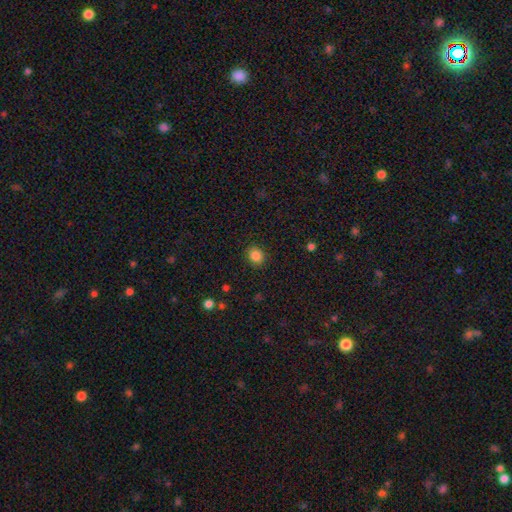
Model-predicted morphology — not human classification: Smooth or featured?
  - smooth: 86% *
  - star or artifact: 10%
  - featured or disk: 4%
How rounded?
  - round: 67% *
  - in between: 32%
  - cigar-shaped: 1%
Merging?
  - none: 89% *
  - minor disturbance: 8%
  - major disturbance: 2%
  - merger: 1%